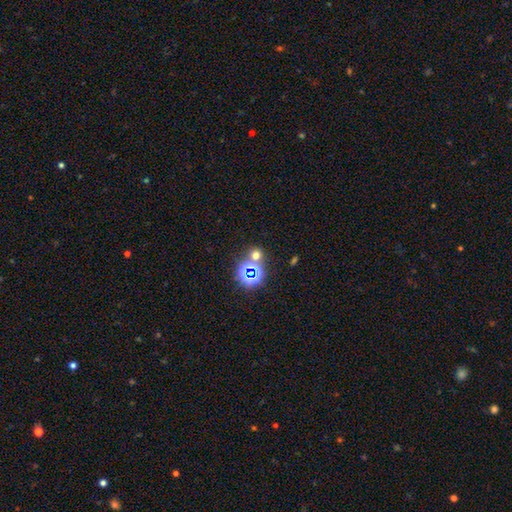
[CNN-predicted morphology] Smooth or featured? smooth (50%)
How rounded? round (85%)
Merging? none (68%)